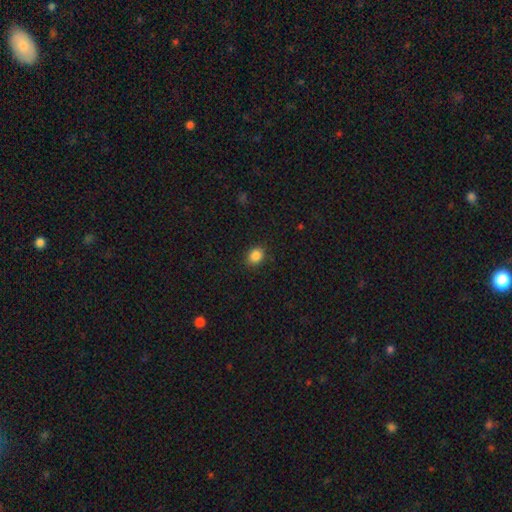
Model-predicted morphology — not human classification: smooth 86%, star or artifact 10%, featured or disk 4%. Down the decision tree: how rounded — in between (50%); merging — none (87%).